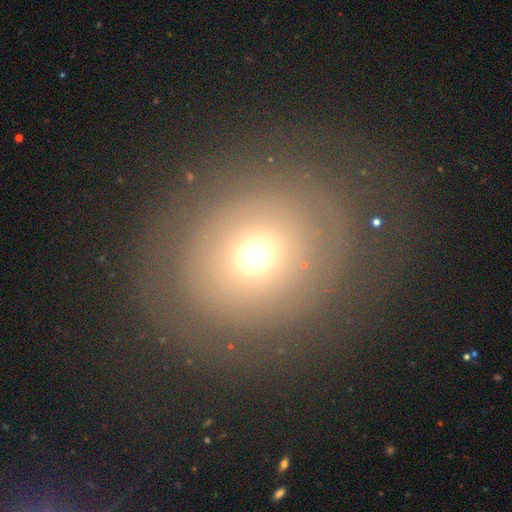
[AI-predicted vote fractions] Overall: smooth (51%; featured or disk 34%). How rounded: round (74%). Merging: none (73%).